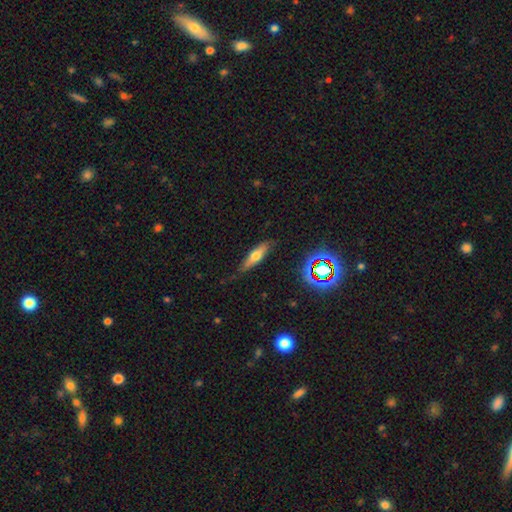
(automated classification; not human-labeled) smooth 54%, featured or disk 36%, star or artifact 10%. Down the decision tree: how rounded — cigar-shaped (62%); merging — none (76%).